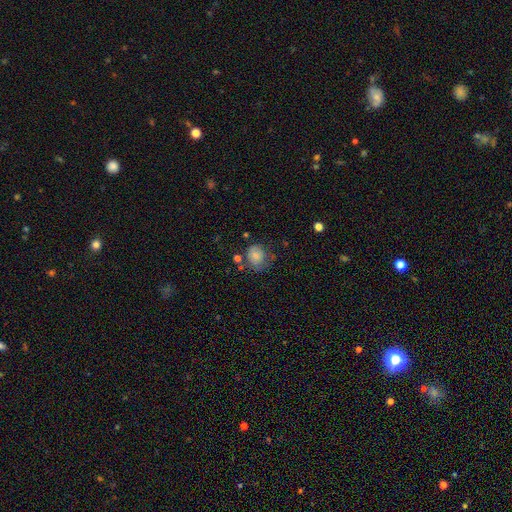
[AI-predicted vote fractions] A smooth galaxy with no disk features (75%) that is round (68%). Merging: none (52%).